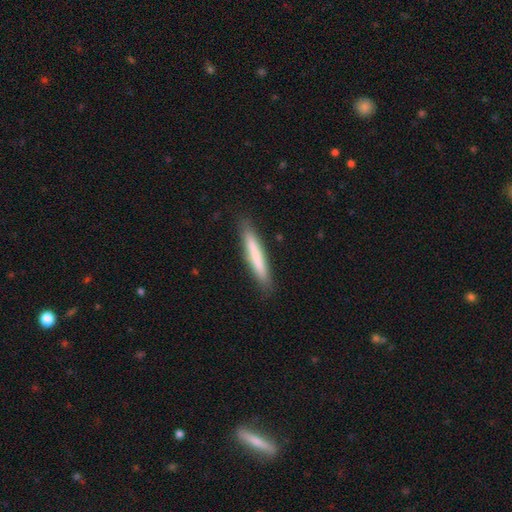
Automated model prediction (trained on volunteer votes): Smooth or featured?
  - smooth: 72% *
  - featured or disk: 22%
  - star or artifact: 6%
How rounded?
  - cigar-shaped: 95% *
  - in between: 4%
  - round: 1%
Merging?
  - none: 89% *
  - minor disturbance: 9%
  - major disturbance: 2%
  - merger: 1%